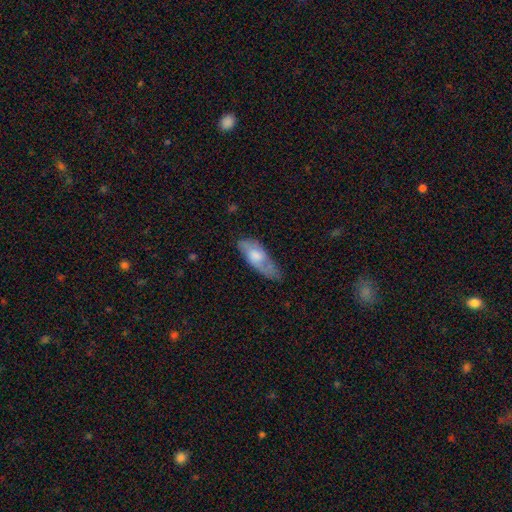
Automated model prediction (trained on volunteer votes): A smooth galaxy with no disk features (53%) that is in between round and cigar-shaped (72%). Merging: none (51%).